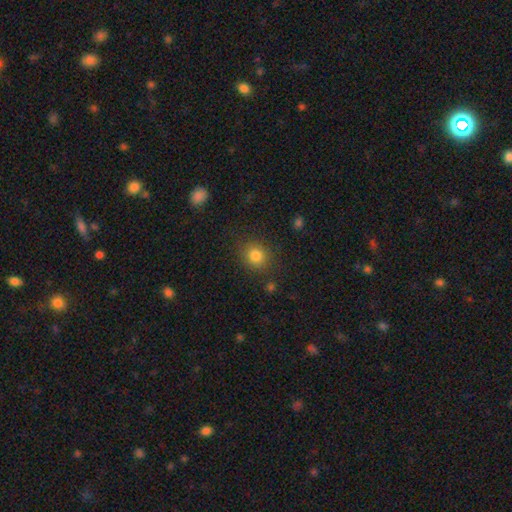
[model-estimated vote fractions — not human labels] smooth_or_featured: smooth (p=0.82) [alt: star or artifact p=0.12]
how_rounded: round (p=0.80) [alt: in between p=0.19]
merging: none (p=0.83) [alt: minor disturbance p=0.10]